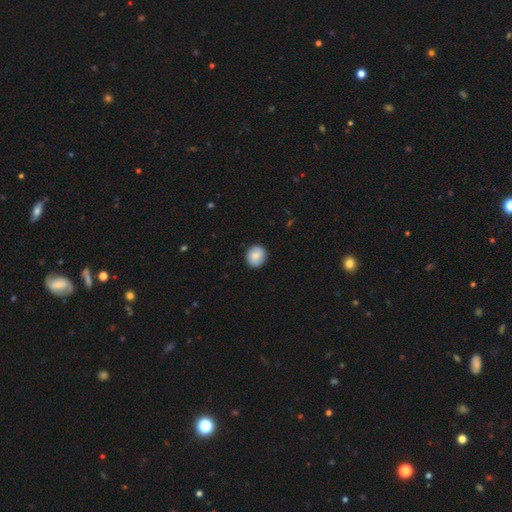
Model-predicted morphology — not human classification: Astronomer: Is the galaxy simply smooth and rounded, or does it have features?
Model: smooth — 75%.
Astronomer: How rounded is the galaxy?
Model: round — 82%.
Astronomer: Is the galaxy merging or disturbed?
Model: none — 87%.